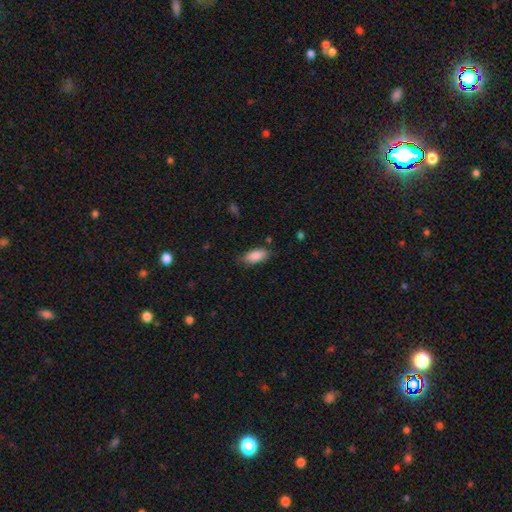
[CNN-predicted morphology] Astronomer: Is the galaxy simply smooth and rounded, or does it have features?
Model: smooth — 88%.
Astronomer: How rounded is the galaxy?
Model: in between — 86%.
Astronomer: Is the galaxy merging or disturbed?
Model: none — 78%.